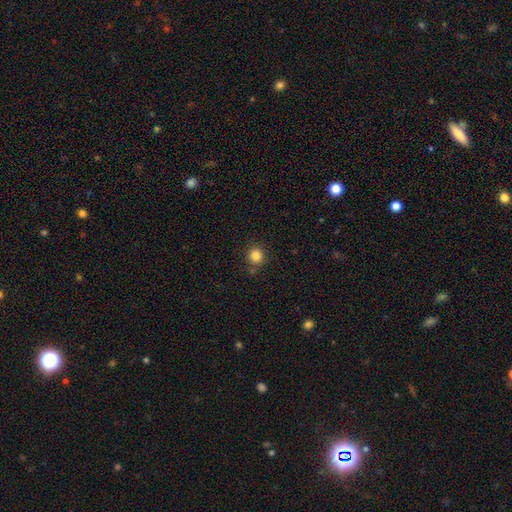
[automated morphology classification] Overall: smooth (84%). How rounded: round (92%). Merging: none (81%).